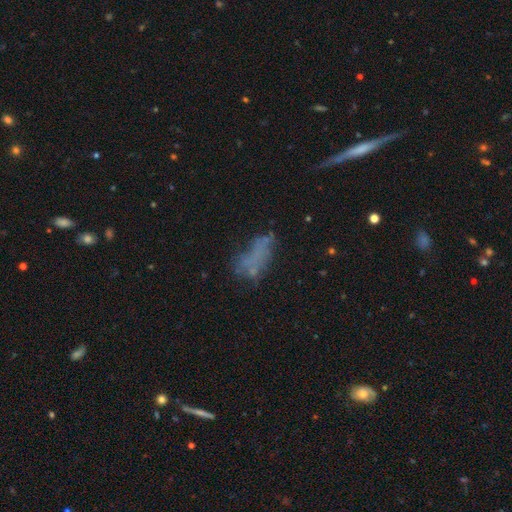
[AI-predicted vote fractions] Smooth or featured? smooth (45%)
Merging? none (41%)